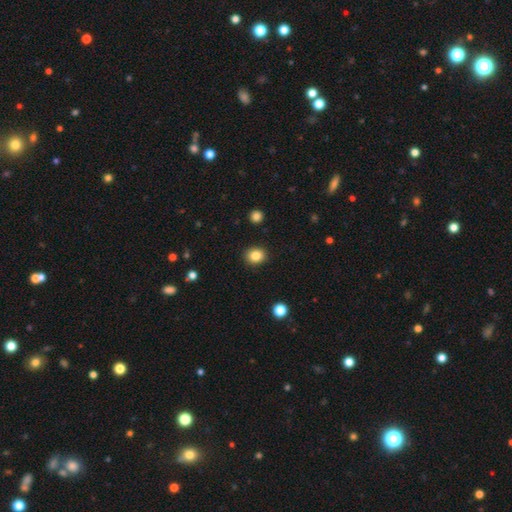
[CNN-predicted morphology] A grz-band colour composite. It shows a smooth galaxy with no disk features (85%) that is round (70%). Merging: none (90%).